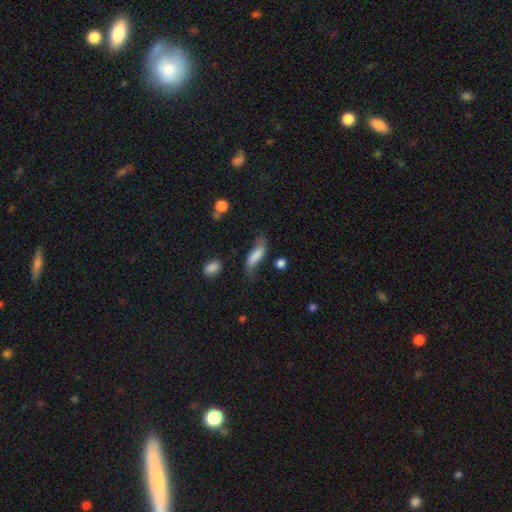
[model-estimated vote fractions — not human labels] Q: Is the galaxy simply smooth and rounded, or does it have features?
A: smooth — 62%.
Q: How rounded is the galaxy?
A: in between — 61%.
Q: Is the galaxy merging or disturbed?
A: none — 53%.